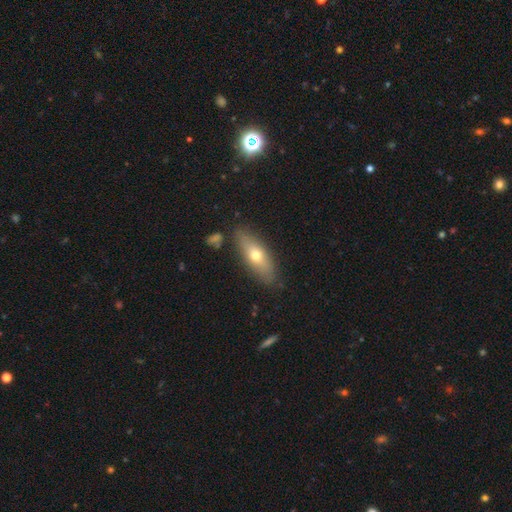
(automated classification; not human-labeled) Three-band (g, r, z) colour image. It shows a smooth galaxy with no disk features (59%) that is in between round and cigar-shaped (58%). Merging: none (82%).